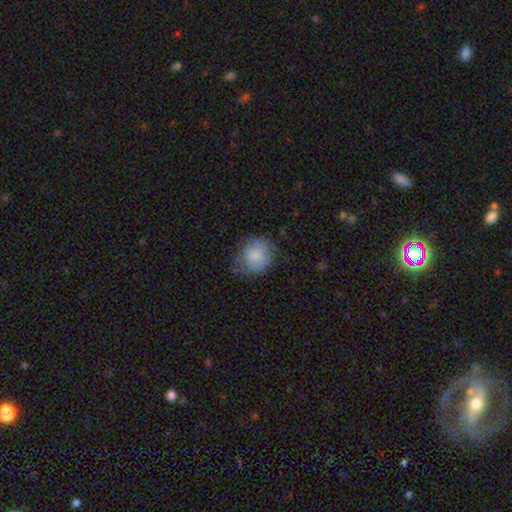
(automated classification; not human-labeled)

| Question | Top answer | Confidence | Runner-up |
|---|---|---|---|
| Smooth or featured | smooth | 78% | featured or disk (14%) |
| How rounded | round | 73% | in between (26%) |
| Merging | none | 61% | minor disturbance (27%) |